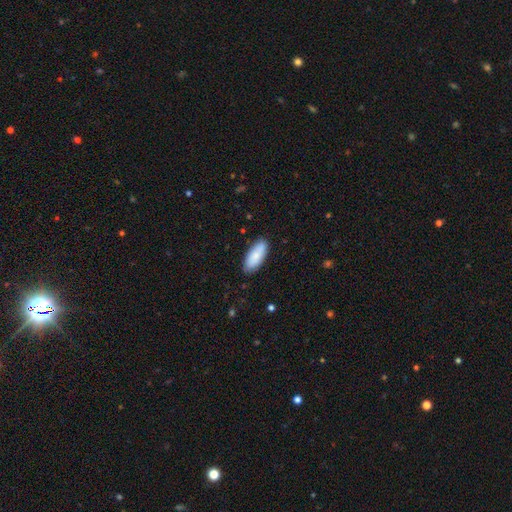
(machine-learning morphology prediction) smooth_or_featured: smooth (p=0.84) [alt: featured or disk p=0.10]
how_rounded: in between (p=0.82) [alt: cigar-shaped p=0.16]
merging: none (p=0.85) [alt: minor disturbance p=0.12]